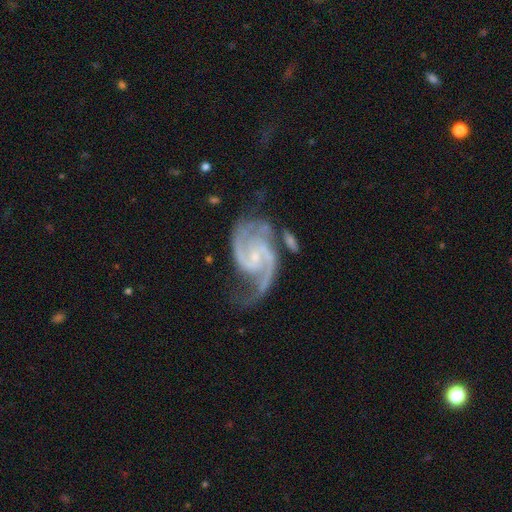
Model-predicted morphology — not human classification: This is clearly a featured or disk galaxy (93%). It is clearly not viewed edge-on (98%). Bar: possibly no (50%). Spiral arm pattern: clearly yes (98%). Spiral arm count: likely 2 (79%). Spiral winding: possibly medium (58%). Central bulge: likely small (78%). Merging: possibly none (48%).